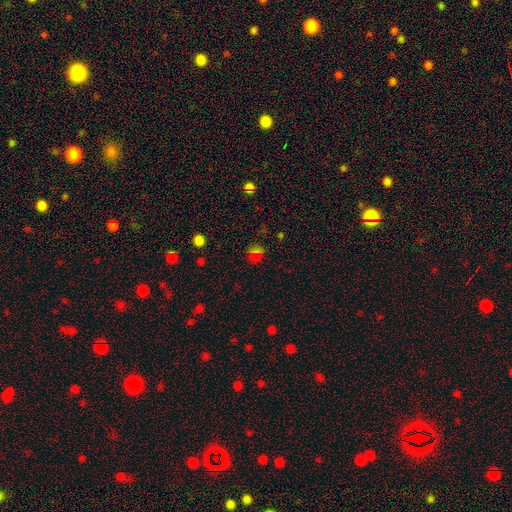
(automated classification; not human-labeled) The model was most divided on "smooth or featured": smooth: 57%, star or artifact: 36%, featured or disk: 7%. More confident: merging — none (75%); how rounded — round (66%).